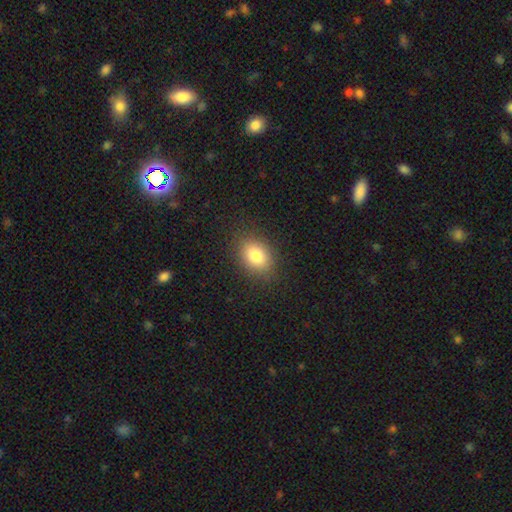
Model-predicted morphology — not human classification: The model was most divided on "how rounded": in between: 67%, round: 32%, cigar-shaped: 1%. More confident: merging — none (86%); smooth or featured — smooth (81%).